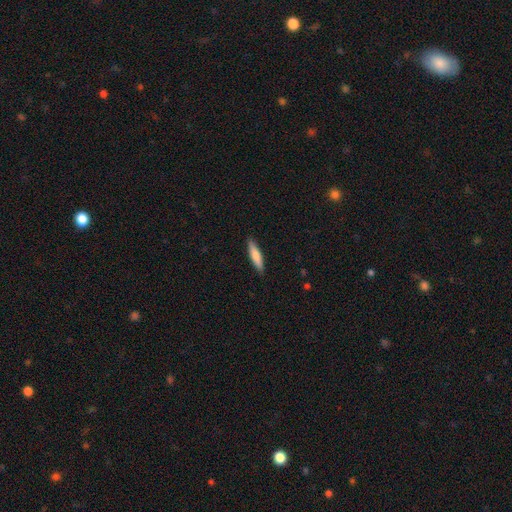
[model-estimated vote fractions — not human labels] Smooth or featured: smooth — 73% (featured or disk — 21%)
How rounded: cigar-shaped — 82% (in between — 16%)
Merging: none — 90% (minor disturbance — 8%)